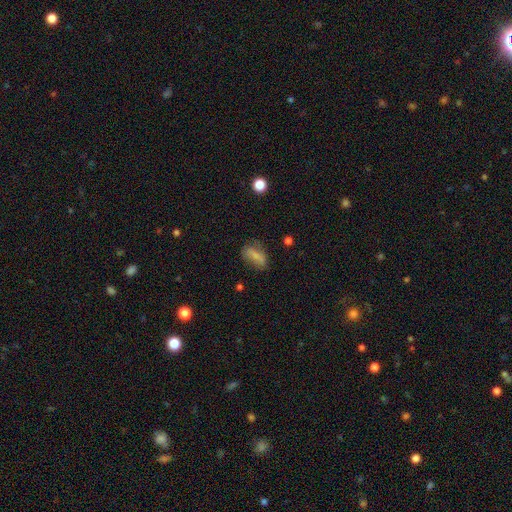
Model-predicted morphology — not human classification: Q: Smooth or featured?
A: smooth (66%); runner-up: featured or disk (24%)
Q: How rounded?
A: in between (76%); runner-up: cigar-shaped (16%)
Q: Merging?
A: none (60%); runner-up: minor disturbance (25%)